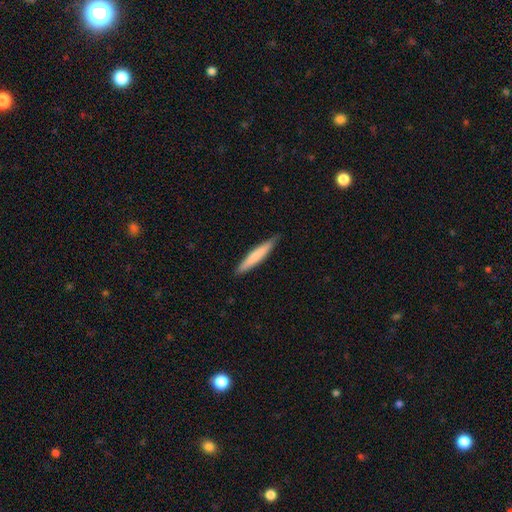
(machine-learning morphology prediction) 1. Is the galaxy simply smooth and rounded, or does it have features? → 69% smooth, 25% featured or disk, 5% star or artifact.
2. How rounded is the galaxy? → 93% cigar-shaped, 6% in between, 1% round.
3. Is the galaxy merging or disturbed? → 86% none, 11% minor disturbance, 2% major disturbance, 1% merger.